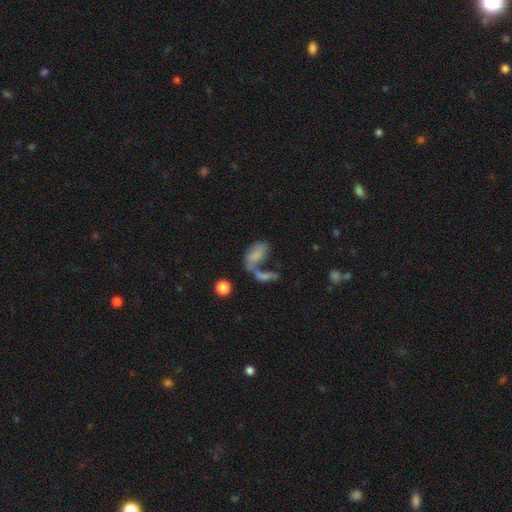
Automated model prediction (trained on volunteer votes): Smooth or featured? smooth (68%)
How rounded? in between (89%)
Merging? merger (46%)